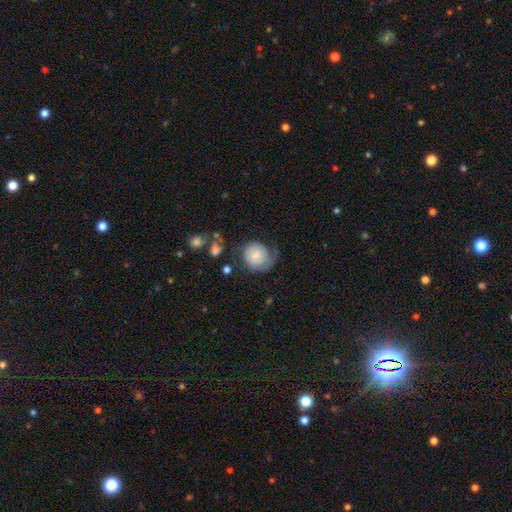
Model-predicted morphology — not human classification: Smooth or featured: smooth — 48% (featured or disk — 45%)
Merging: none — 46% (major disturbance — 26%)